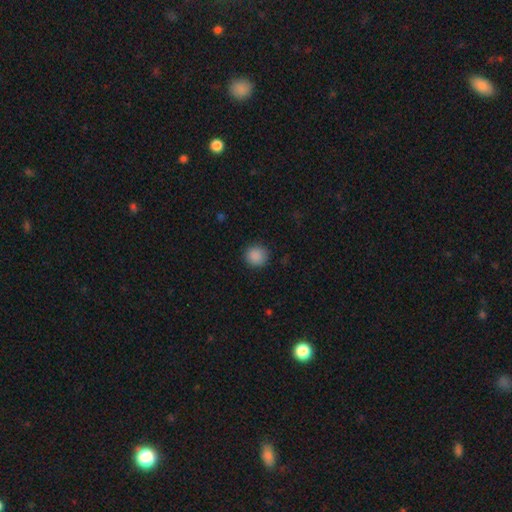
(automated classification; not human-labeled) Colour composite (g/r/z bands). It shows a smooth galaxy with no disk features (88%) that is round (92%). Merging: none (90%).